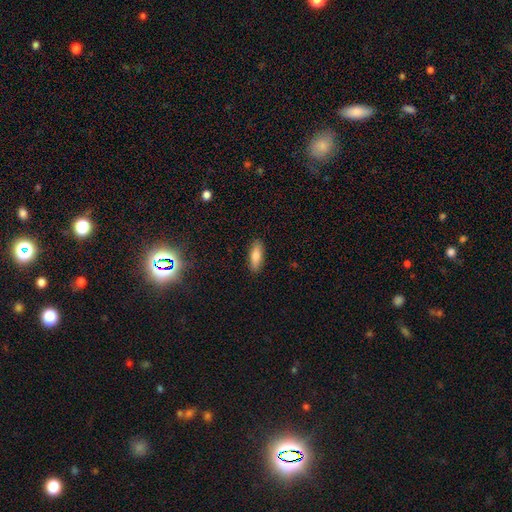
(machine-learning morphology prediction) A smooth galaxy with no disk features (77%) that is in between round and cigar-shaped (65%).

Vote fractions:
- Smooth or featured? smooth: 77% / featured or disk: 16% / star or artifact: 7%
- How rounded? in between: 65% / cigar-shaped: 33% / round: 2%
- Merging? none: 89% / minor disturbance: 8% / major disturbance: 2% / merger: 1%